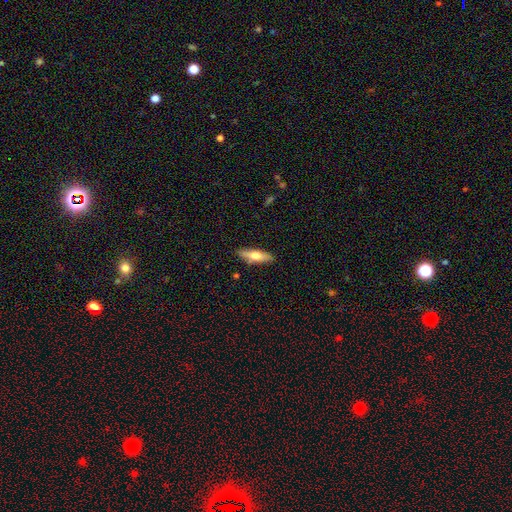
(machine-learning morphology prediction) Overall: smooth (55%; featured or disk 39%). How rounded: cigar-shaped (53%; in between 45%). Merging: none (87%).